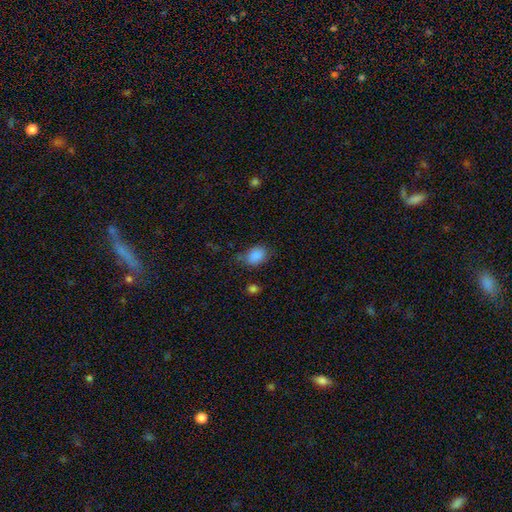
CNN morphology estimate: type=smooth (87%); roundness=in between (70%); merging=none (67%).